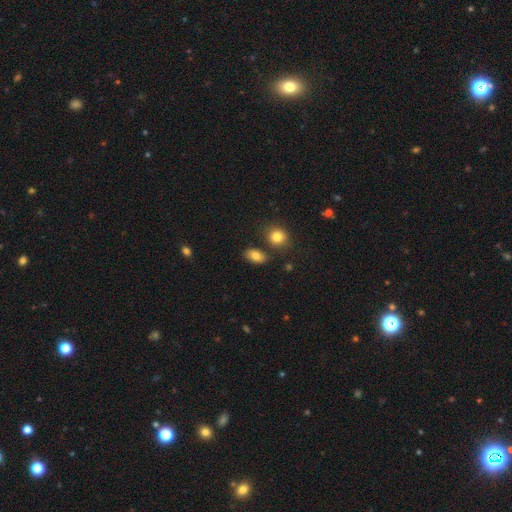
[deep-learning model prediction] This is clearly a smooth galaxy (83%). How rounded: clearly in between (86%). Merging: likely none (78%).